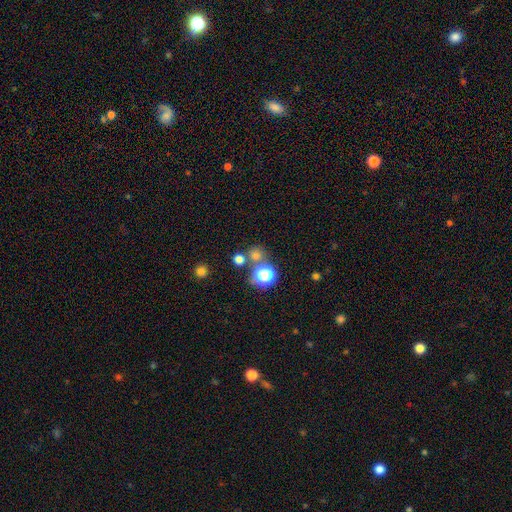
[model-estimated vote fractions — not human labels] A smooth galaxy with no disk features (68%) that is round (89%). Merging: none (68%).